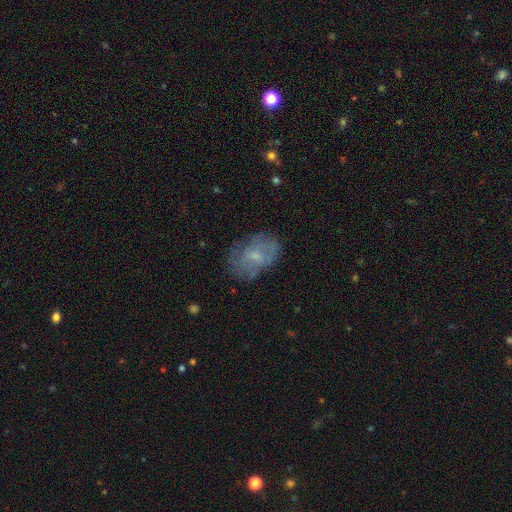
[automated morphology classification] Smooth or featured?
  - featured or disk: 47% *
  - smooth: 43%
  - star or artifact: 9%
Merging?
  - none: 63% *
  - minor disturbance: 24%
  - major disturbance: 11%
  - merger: 2%